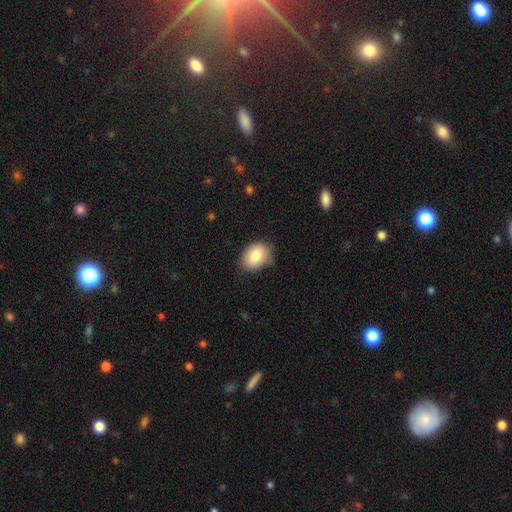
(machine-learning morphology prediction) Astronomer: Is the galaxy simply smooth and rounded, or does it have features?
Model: smooth — 84%.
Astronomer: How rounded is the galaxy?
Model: in between — 72%.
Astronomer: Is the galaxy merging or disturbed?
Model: none — 74%.